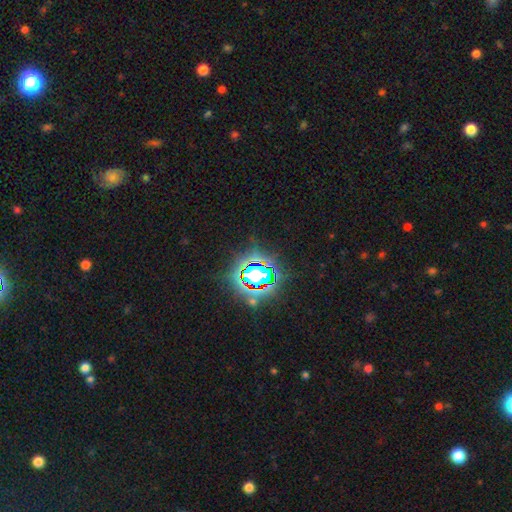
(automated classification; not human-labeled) Smooth or featured?
  - star or artifact: 78% *
  - smooth: 13%
  - featured or disk: 9%